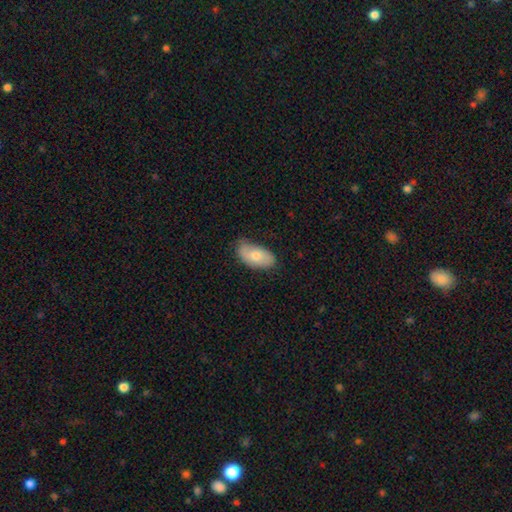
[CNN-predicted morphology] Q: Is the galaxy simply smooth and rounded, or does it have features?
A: smooth — 68%.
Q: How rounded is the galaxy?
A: in between — 94%.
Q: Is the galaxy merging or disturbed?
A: none — 68%.